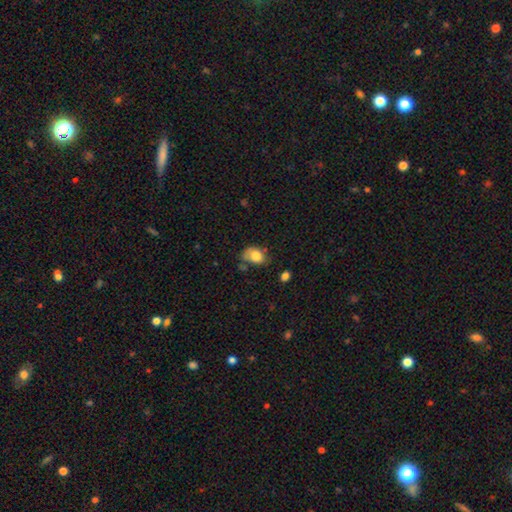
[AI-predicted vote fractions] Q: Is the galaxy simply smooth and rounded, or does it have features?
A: smooth — 80%.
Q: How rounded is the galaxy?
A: in between — 70%.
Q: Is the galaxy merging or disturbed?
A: none — 47%.